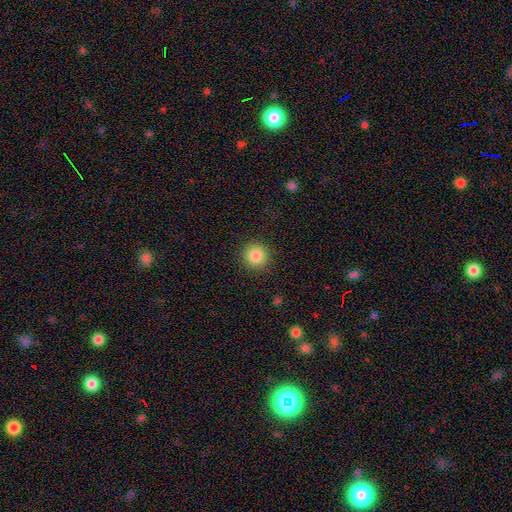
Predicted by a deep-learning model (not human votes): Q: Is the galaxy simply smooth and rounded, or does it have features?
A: smooth — 85%.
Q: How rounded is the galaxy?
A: round — 94%.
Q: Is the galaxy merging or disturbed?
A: none — 91%.